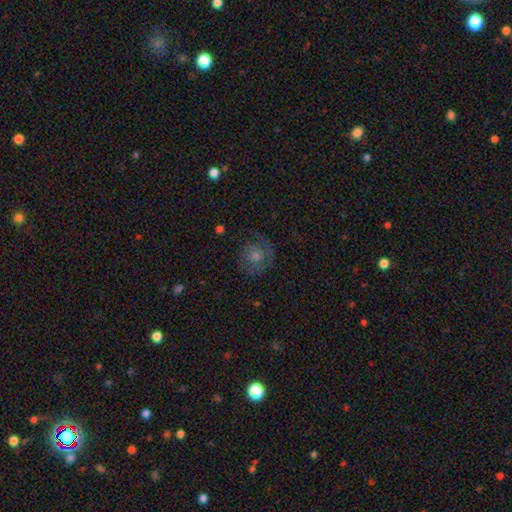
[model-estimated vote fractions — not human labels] featured or disk 58%, smooth 27%, star or artifact 15%. Down the decision tree: edge-on disk — no (97%); bar — no (79%); spiral arms — yes (85%); bulge size — moderate (58%); merging — none (76%).